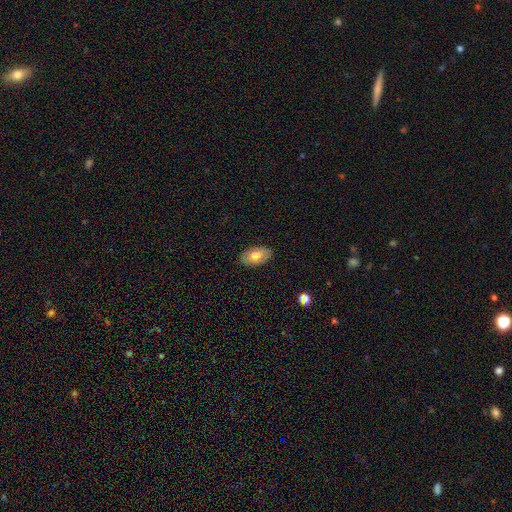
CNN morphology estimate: Smooth or featured: smooth — 71% (featured or disk — 23%)
How rounded: in between — 94% (round — 4%)
Merging: none — 88% (minor disturbance — 9%)